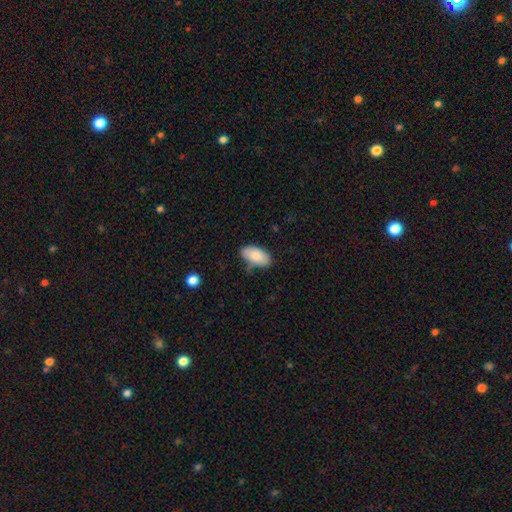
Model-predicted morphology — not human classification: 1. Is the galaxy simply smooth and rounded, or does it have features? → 85% smooth, 9% featured or disk, 6% star or artifact.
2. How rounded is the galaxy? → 95% in between, 3% round, 2% cigar-shaped.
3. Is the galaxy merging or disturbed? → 70% none, 23% minor disturbance, 4% major disturbance, 3% merger.